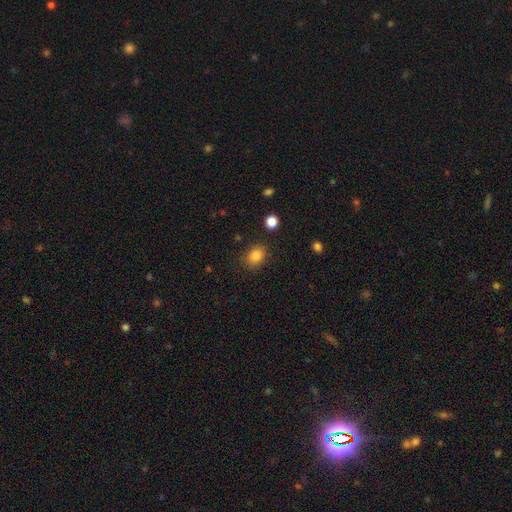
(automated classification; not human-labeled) Smooth or featured?
  - smooth: 84% *
  - star or artifact: 11%
  - featured or disk: 5%
How rounded?
  - in between: 50% *
  - round: 49%
  - cigar-shaped: 1%
Merging?
  - none: 84% *
  - minor disturbance: 11%
  - major disturbance: 3%
  - merger: 2%